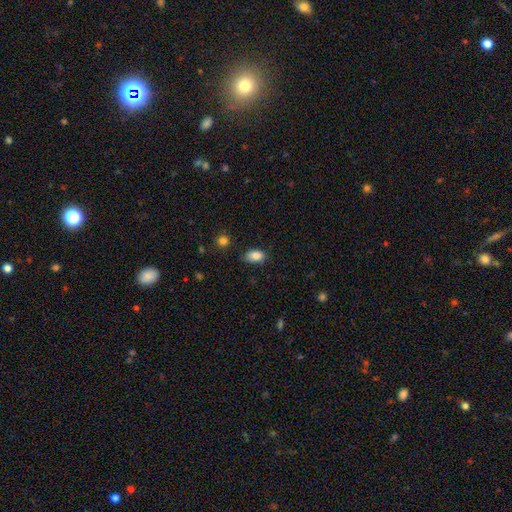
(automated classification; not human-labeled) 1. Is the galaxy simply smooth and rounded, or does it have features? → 86% smooth, 8% star or artifact, 5% featured or disk.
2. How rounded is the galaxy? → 90% in between, 8% round, 2% cigar-shaped.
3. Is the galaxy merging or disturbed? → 77% none, 18% minor disturbance, 3% major disturbance, 2% merger.